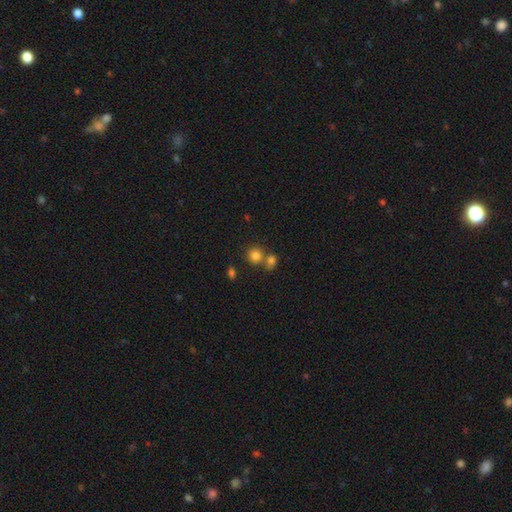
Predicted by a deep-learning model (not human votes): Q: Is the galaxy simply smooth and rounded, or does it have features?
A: smooth — 81%.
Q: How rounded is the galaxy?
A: round — 86%.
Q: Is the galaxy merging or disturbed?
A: none — 56%.